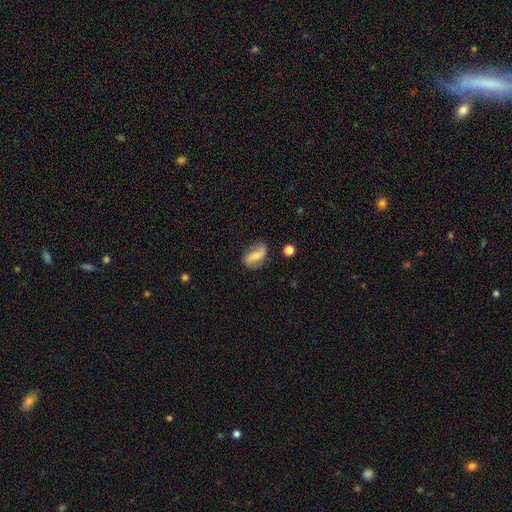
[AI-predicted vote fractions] smooth-or-featured: smooth: 46% | featured or disk: 45% | star or artifact: 9%
  merging: none: 69% | minor disturbance: 22% | major disturbance: 7% | merger: 3%